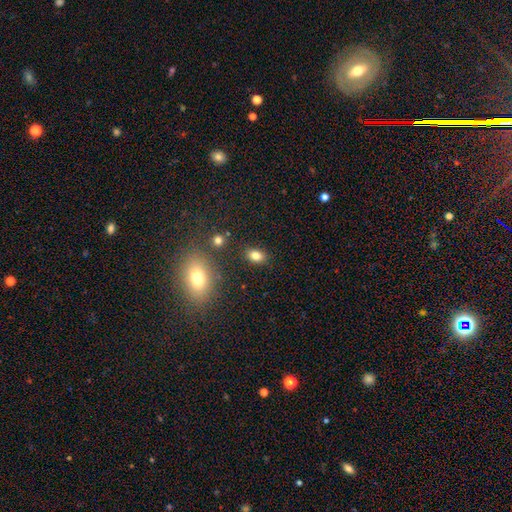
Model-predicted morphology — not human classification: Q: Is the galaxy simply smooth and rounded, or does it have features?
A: smooth — 81%.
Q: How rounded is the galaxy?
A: in between — 81%.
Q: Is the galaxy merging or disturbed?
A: none — 84%.